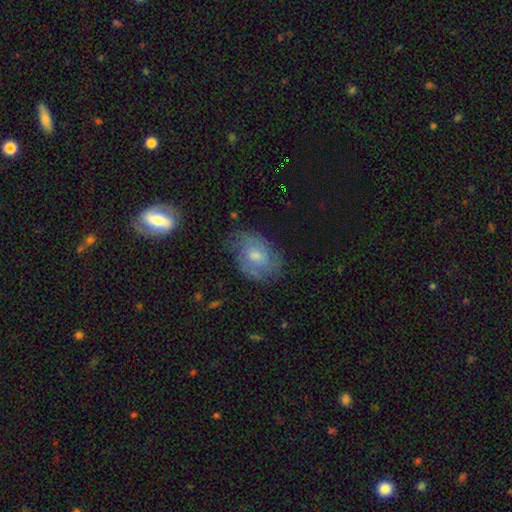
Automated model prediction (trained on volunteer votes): Smooth or featured?
  - featured or disk: 57% *
  - smooth: 34%
  - star or artifact: 9%
Edge-on disk?
  - no: 95% *
  - yes: 5%
Bar?
  - no: 59% *
  - weak: 36%
  - strong: 6%
Spiral arms?
  - yes: 79% *
  - no: 21%
Bulge size?
  - moderate: 54% *
  - small: 35%
  - large: 6%
  - none: 5%
  - dominant: 1%
Merging?
  - none: 67% *
  - minor disturbance: 22%
  - major disturbance: 9%
  - merger: 2%